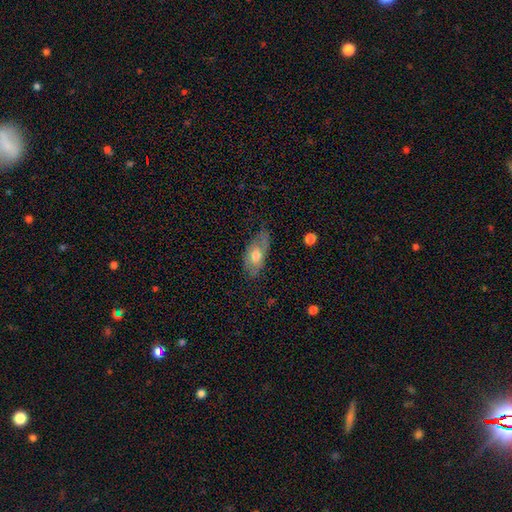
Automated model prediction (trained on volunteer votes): Smooth or featured?
  - smooth: 50% *
  - featured or disk: 42%
  - star or artifact: 8%
How rounded?
  - in between: 85% *
  - cigar-shaped: 9%
  - round: 6%
Merging?
  - none: 60% *
  - minor disturbance: 30%
  - major disturbance: 9%
  - merger: 2%